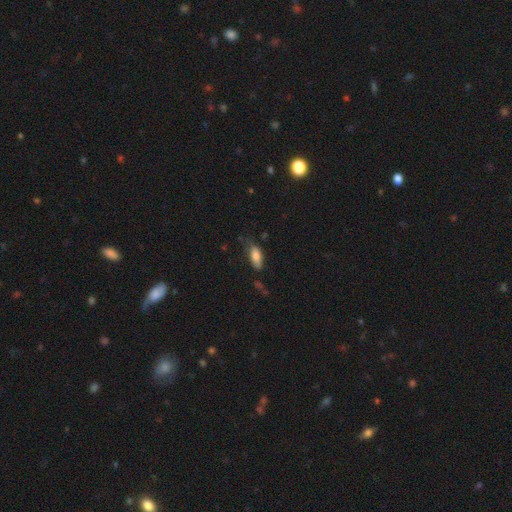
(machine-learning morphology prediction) This appears to be a smooth galaxy with no disk features (80%) that is in between round and cigar-shaped (77%). Merging: none (54%).